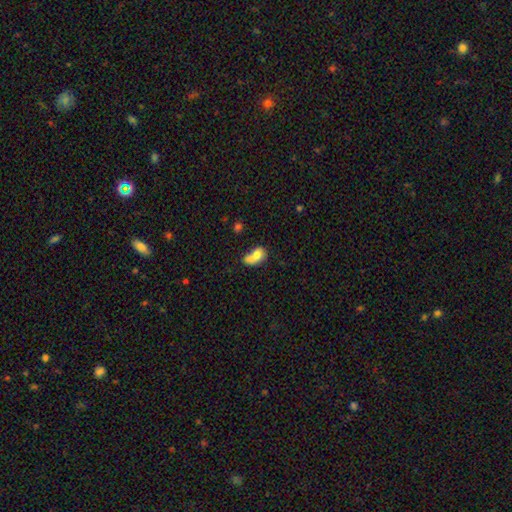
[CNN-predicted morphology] A smooth galaxy with no disk features (68%) that is in between round and cigar-shaped (71%). Merging: merger (52%).